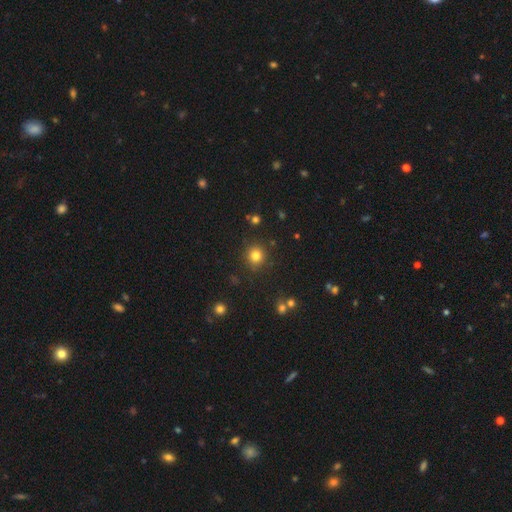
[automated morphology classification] The model was most divided on "smooth or featured": smooth: 81%, star or artifact: 13%, featured or disk: 6%. More confident: how rounded — round (90%); merging — none (88%).